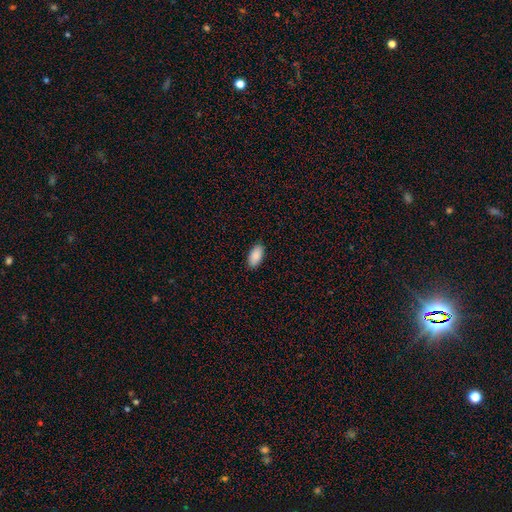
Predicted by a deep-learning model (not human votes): This appears to be a smooth galaxy with no disk features (91%) that is in between round and cigar-shaped (94%). Merging: none (89%).